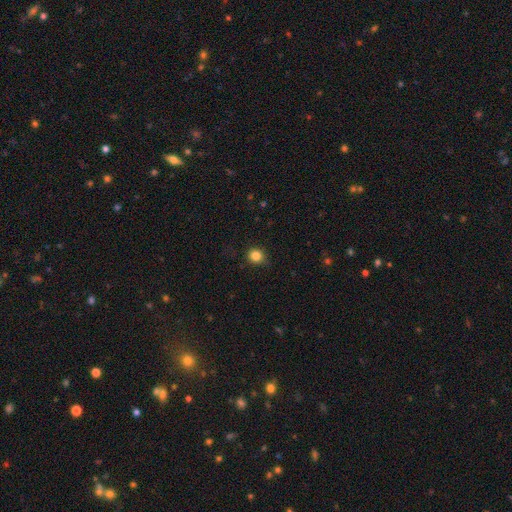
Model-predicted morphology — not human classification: type=smooth (84%); roundness=round (89%); merging=none (86%).